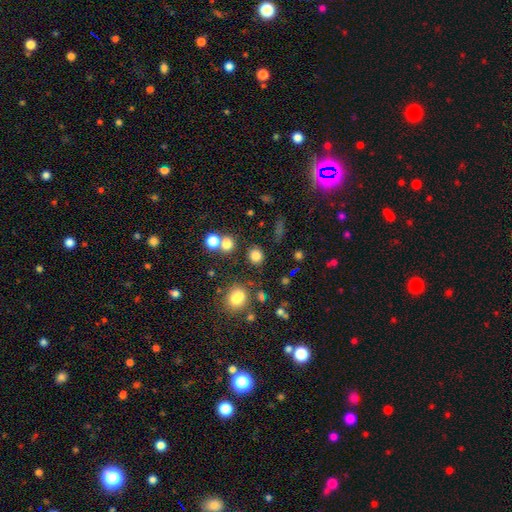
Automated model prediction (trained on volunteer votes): The model was most divided on "smooth or featured": smooth: 79%, star or artifact: 16%, featured or disk: 5%. More confident: how rounded — round (82%); merging — none (78%).